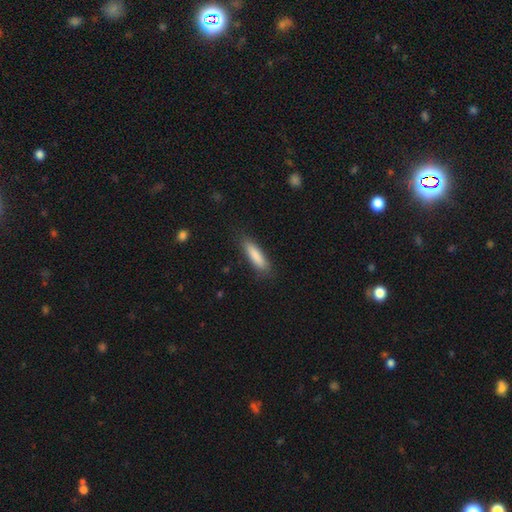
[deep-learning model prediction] This is clearly a smooth galaxy (85%). How rounded: likely cigar-shaped (68%). Merging: clearly none (84%).